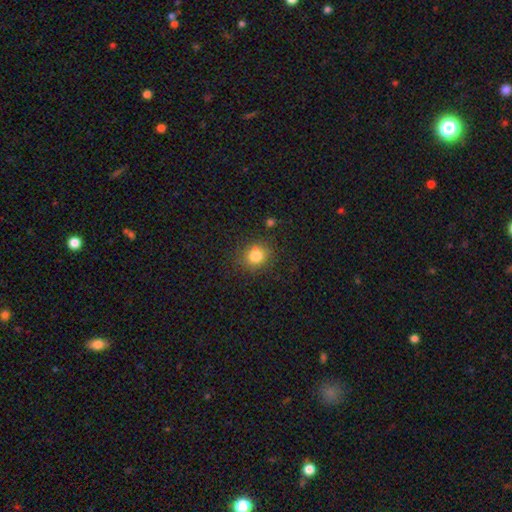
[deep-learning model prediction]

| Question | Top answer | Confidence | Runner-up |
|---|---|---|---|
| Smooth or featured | smooth | 82% | star or artifact (12%) |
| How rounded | round | 80% | in between (19%) |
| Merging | none | 85% | minor disturbance (10%) |